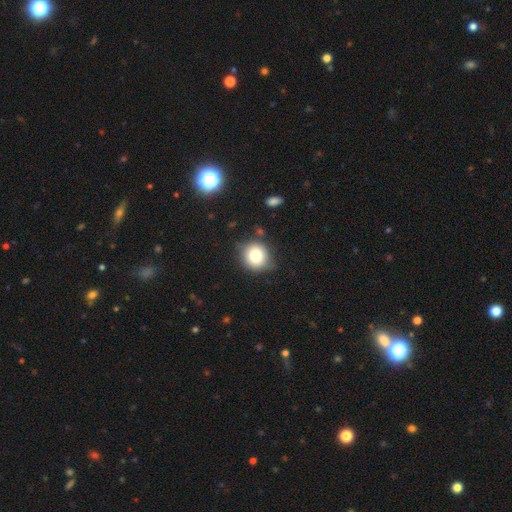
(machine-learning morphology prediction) smooth_or_featured: smooth (p=0.76) [alt: featured or disk p=0.12]
how_rounded: round (p=0.86) [alt: in between p=0.13]
merging: none (p=0.76) [alt: minor disturbance p=0.17]